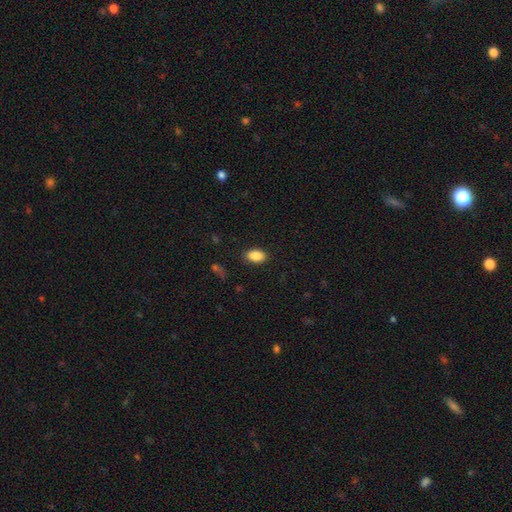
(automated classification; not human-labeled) Morphology: type=smooth (88%); roundness=in between (89%); merging=none (87%).